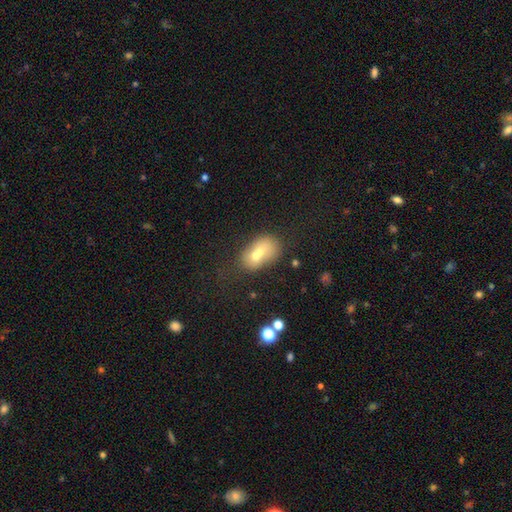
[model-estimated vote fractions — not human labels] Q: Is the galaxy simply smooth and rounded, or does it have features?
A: smooth — 61%.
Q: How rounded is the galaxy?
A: in between — 74%.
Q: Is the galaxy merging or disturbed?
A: merger — 59%.